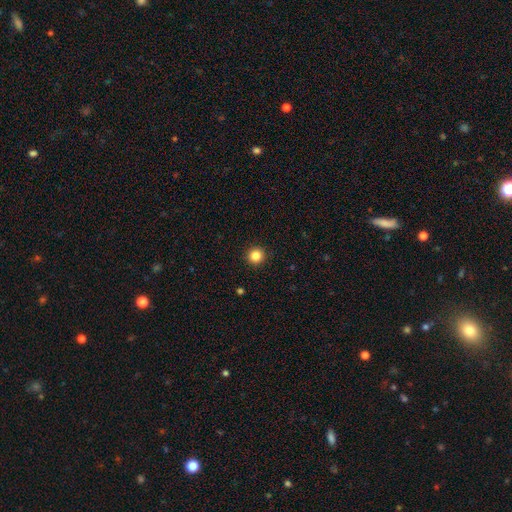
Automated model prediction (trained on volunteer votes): Smooth or featured? Predicted: smooth (p=0.85). How rounded? Predicted: round (p=0.95). Merging? Predicted: none (p=0.93).